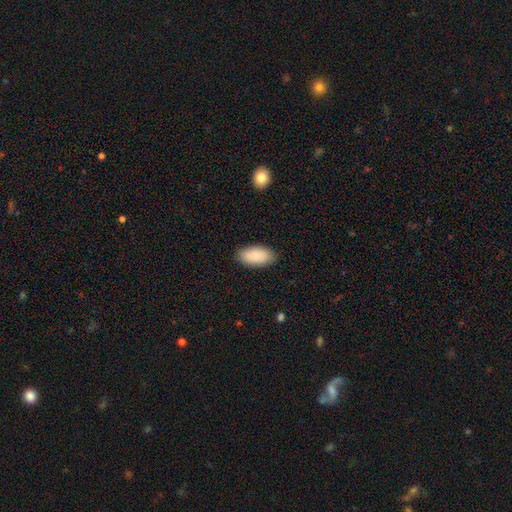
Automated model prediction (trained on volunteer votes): Overall: smooth (90%). How rounded: in between (94%). Merging: none (88%).